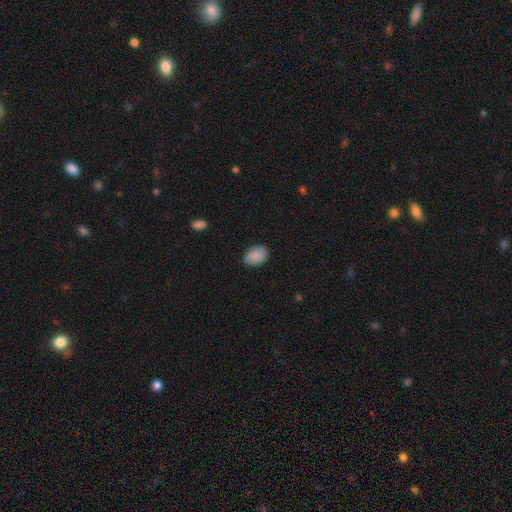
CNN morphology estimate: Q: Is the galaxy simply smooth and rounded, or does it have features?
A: smooth — 87%.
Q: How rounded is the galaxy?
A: in between — 76%.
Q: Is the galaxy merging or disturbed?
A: none — 83%.